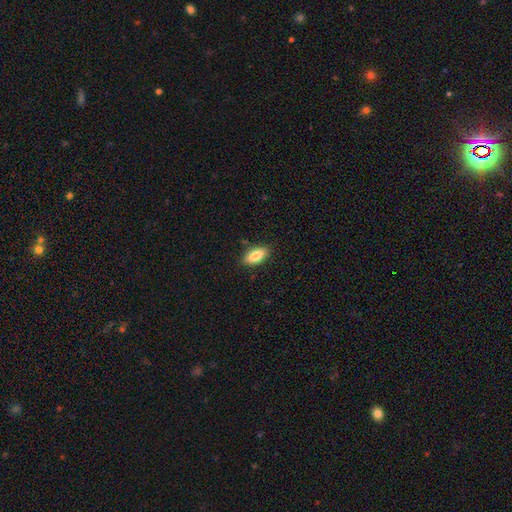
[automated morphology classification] This is clearly a smooth galaxy (82%). How rounded: clearly in between (88%). Merging: clearly none (85%).